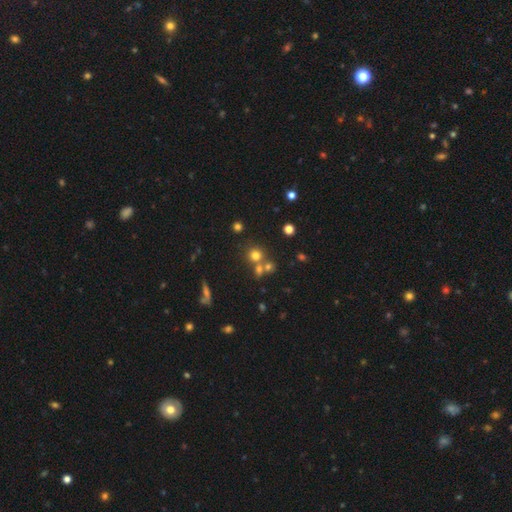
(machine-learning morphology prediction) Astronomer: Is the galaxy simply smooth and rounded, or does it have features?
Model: smooth — 68%.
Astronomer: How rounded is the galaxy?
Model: round — 89%.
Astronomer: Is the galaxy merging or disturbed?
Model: none — 58%.